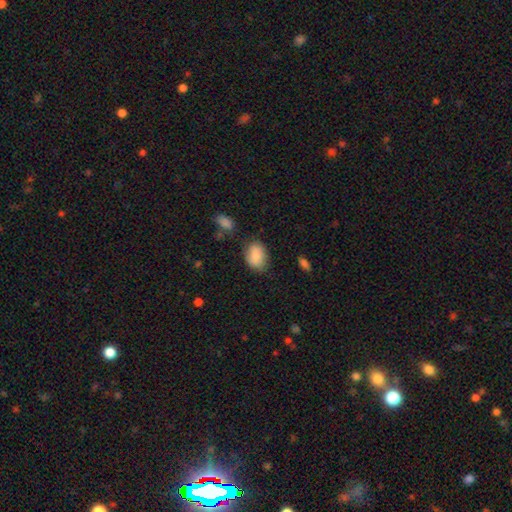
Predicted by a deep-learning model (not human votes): A smooth galaxy with no disk features (84%) that is in between round and cigar-shaped (83%). Merging: none (68%).